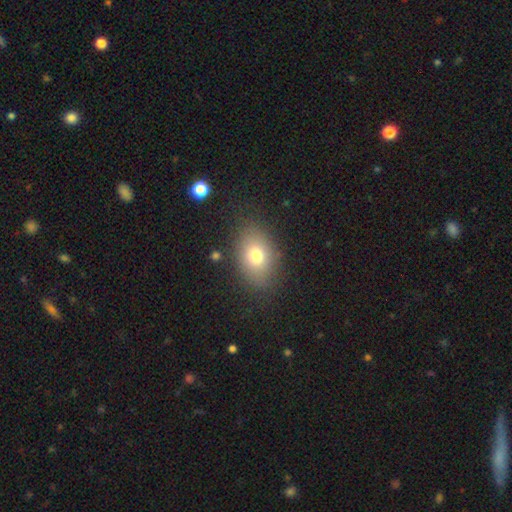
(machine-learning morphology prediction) This appears to be a smooth galaxy with no disk features (75%) that is in between round and cigar-shaped (77%). Merging: none (81%).